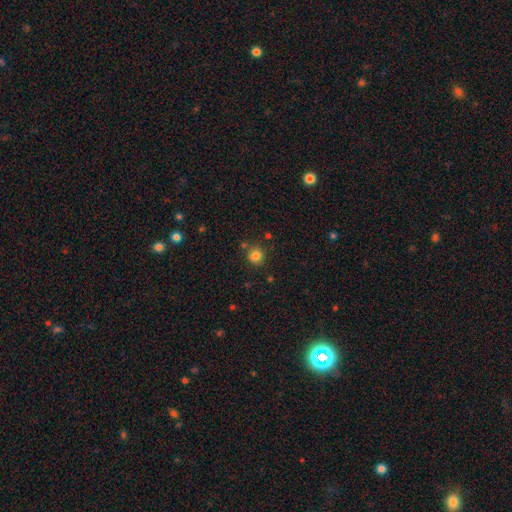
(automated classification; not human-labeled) Smooth or featured: smooth — 82% (star or artifact — 13%)
How rounded: round — 91% (in between — 8%)
Merging: none — 82% (minor disturbance — 9%)